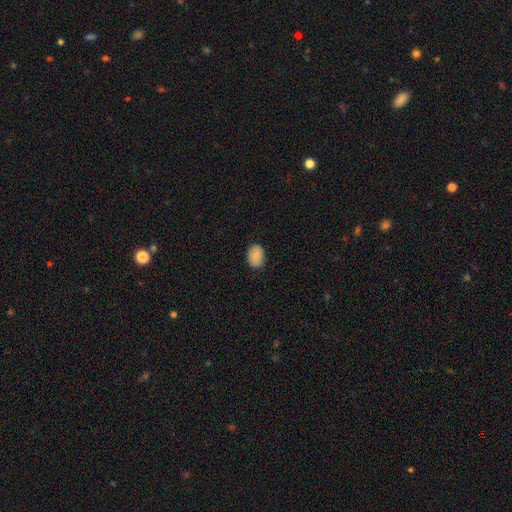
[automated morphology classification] The model was most divided on "how rounded": in between: 79%, round: 20%, cigar-shaped: 1%. More confident: smooth or featured — smooth (88%); merging — none (85%).